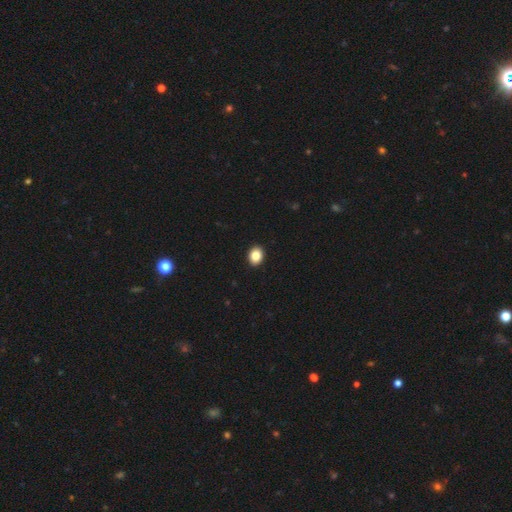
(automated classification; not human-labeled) A smooth galaxy with no disk features (86%) that is in between round and cigar-shaped (55%).

Vote fractions:
- Smooth or featured? smooth: 86% / star or artifact: 9% / featured or disk: 5%
- How rounded? in between: 55% / round: 44% / cigar-shaped: 1%
- Merging? none: 93% / minor disturbance: 5% / major disturbance: 1% / merger: 1%